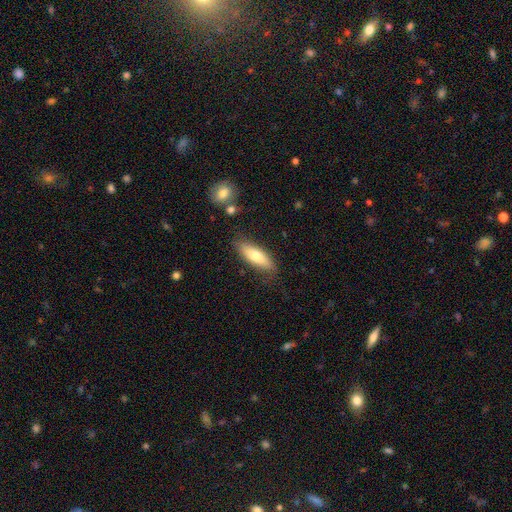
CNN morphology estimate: This appears to be a smooth galaxy with no disk features (70%) that is in between round and cigar-shaped (52%). Merging: none (80%).